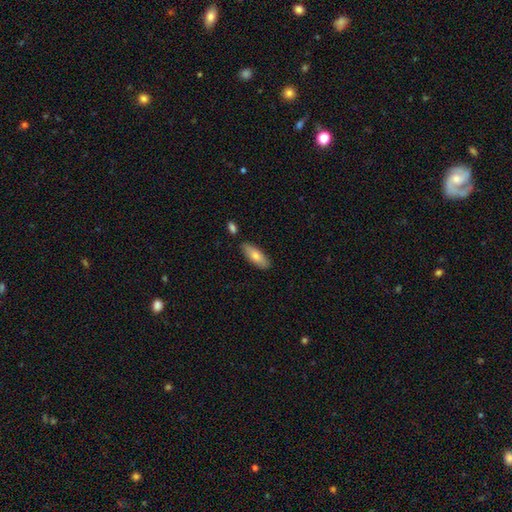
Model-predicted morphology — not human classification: Smooth or featured? smooth (77%)
How rounded? in between (70%)
Merging? none (81%)